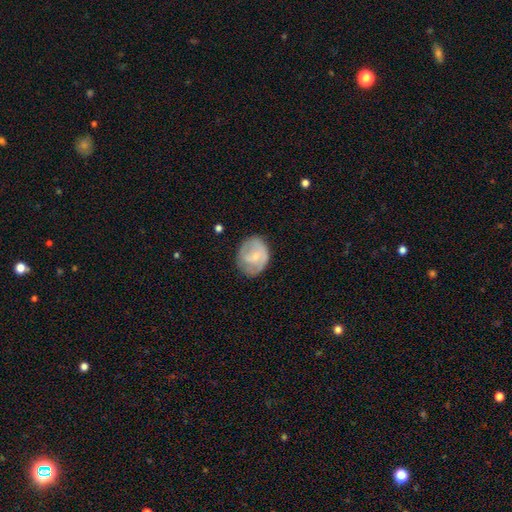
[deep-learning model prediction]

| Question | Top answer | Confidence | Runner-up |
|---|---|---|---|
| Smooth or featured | featured or disk | 49% | smooth (45%) |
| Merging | none | 67% | minor disturbance (22%) |